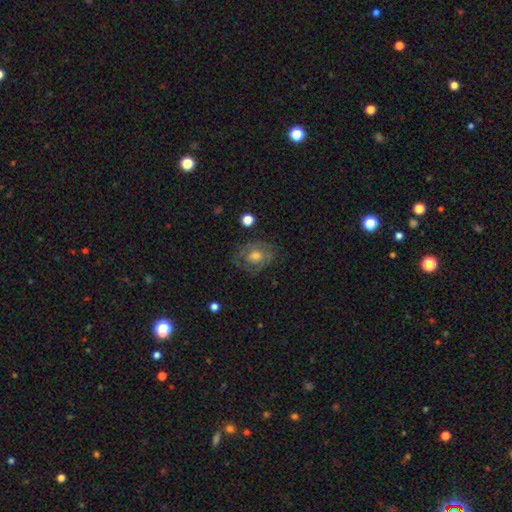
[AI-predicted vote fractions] This appears to be a featured or disk galaxy (53%) with no bar (80%), spiral arms (50%, tied with no) and a moderate central bulge (61%). Merging: none (70%).